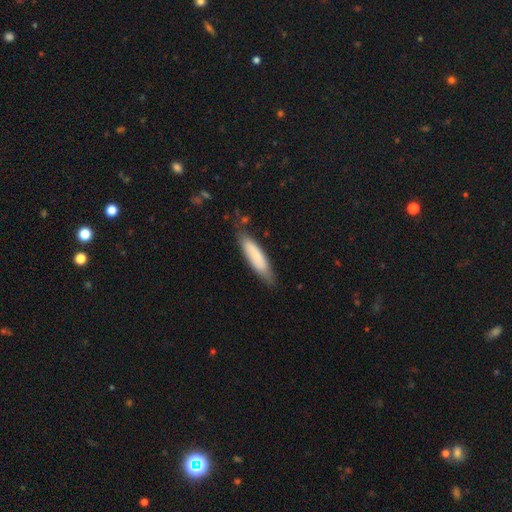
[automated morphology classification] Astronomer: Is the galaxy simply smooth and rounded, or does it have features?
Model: smooth — 78%.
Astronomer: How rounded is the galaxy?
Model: cigar-shaped — 72%.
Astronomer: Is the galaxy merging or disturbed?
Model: none — 75%.